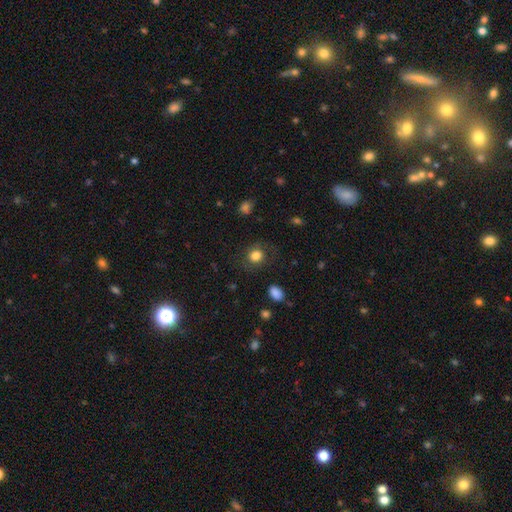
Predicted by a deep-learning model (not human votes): This appears to be a smooth galaxy with no disk features (80%) that is round (73%). Merging: none (78%).